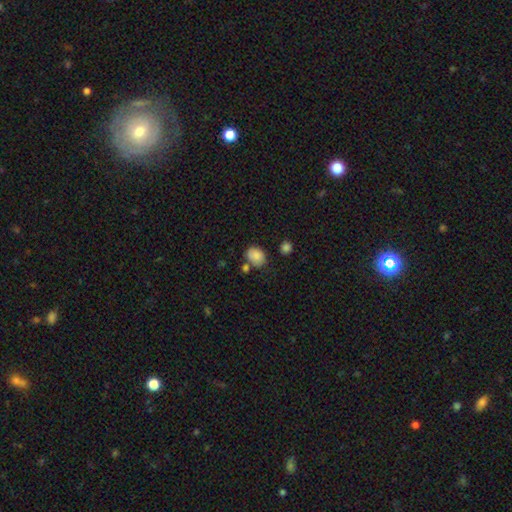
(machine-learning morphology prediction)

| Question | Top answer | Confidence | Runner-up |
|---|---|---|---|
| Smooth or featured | smooth | 86% | star or artifact (9%) |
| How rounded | in between | 57% | round (42%) |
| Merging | none | 67% | minor disturbance (17%) |